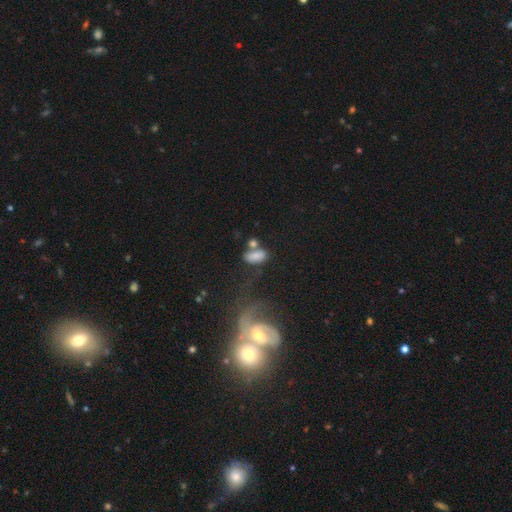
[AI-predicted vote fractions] Morphology: type=smooth (74%); roundness=in between (88%); merging=none (39%).